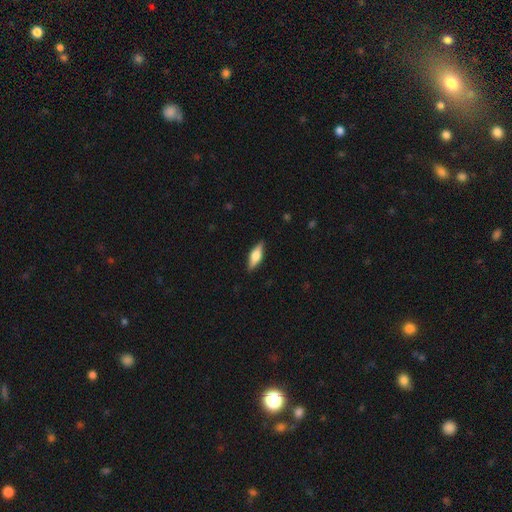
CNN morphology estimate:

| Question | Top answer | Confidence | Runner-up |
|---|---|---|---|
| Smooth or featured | smooth | 56% | featured or disk (38%) |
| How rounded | in between | 58% | cigar-shaped (39%) |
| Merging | none | 87% | minor disturbance (10%) |